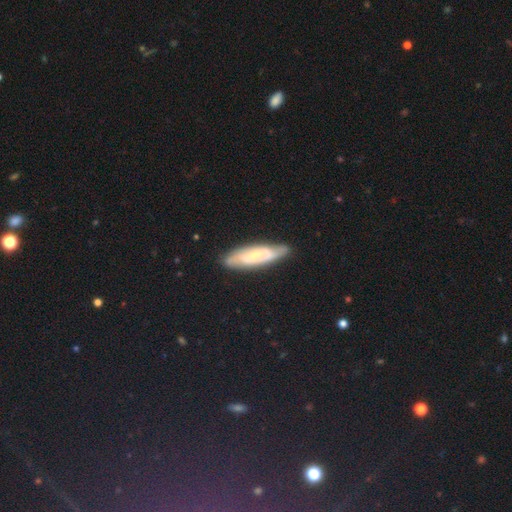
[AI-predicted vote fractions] Morphology: type=featured or disk (57%); edge-on=no (65%); merging=none (77%).